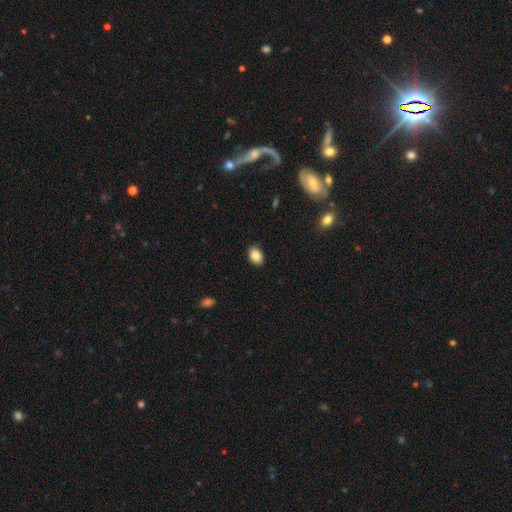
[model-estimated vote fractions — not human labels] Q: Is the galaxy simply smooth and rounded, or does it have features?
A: smooth — 87%.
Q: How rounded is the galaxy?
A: in between — 84%.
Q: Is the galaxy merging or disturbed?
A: none — 89%.